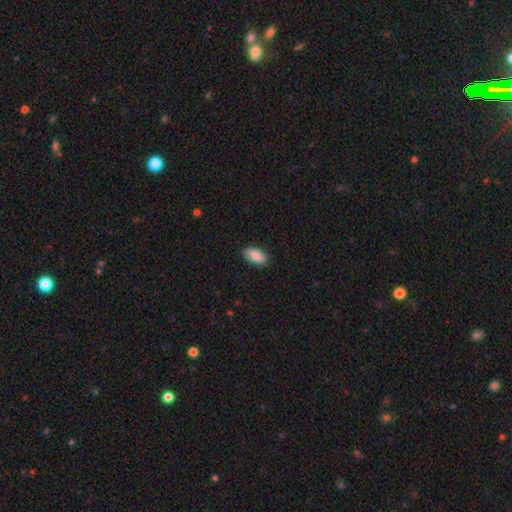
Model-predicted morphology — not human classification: smooth_or_featured: smooth (p=0.88) [alt: star or artifact p=0.06]
how_rounded: in between (p=0.93) [alt: cigar-shaped p=0.04]
merging: none (p=0.87) [alt: minor disturbance p=0.10]